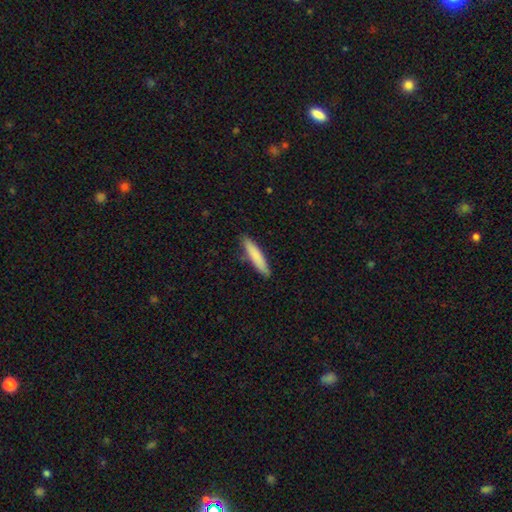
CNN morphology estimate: This appears to be a smooth galaxy with no disk features (82%) that is cigar-shaped (88%). Merging: none (86%).